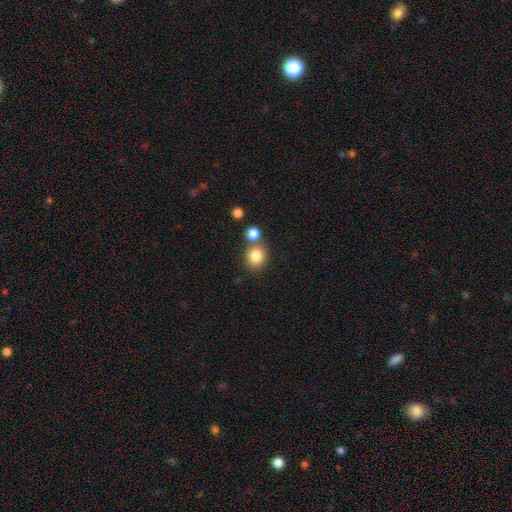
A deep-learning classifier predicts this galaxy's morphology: A smooth galaxy with no disk features (84%) that is round (78%). Merging: none (65%).